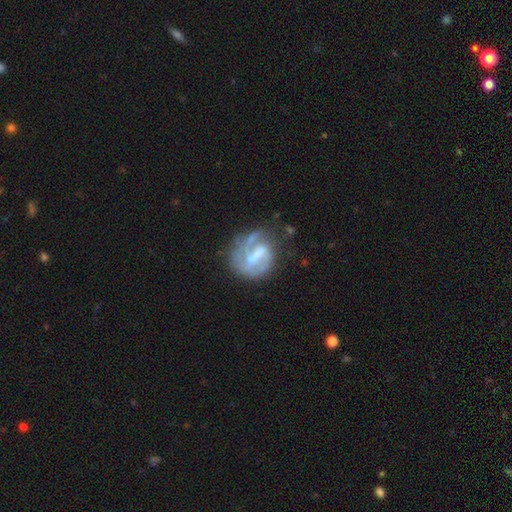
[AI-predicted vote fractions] Smooth or featured?
  - featured or disk: 73% *
  - smooth: 20%
  - star or artifact: 7%
Edge-on disk?
  - no: 98% *
  - yes: 2%
Bar?
  - weak: 44% *
  - strong: 35%
  - no: 20%
Spiral arms?
  - yes: 78% *
  - no: 22%
Spiral winding?
  - medium: 40% *
  - tight: 38%
  - loose: 22%
Spiral arm count?
  - 2: 39% *
  - 1: 27%
  - can't tell: 22%
  - 3: 8%
  - 4: 2%
  - more than 4: 2%
Bulge size?
  - none: 36% *
  - small: 30%
  - moderate: 27%
  - large: 6%
  - dominant: 1%
Merging?
  - none: 51% *
  - major disturbance: 23%
  - minor disturbance: 22%
  - merger: 5%